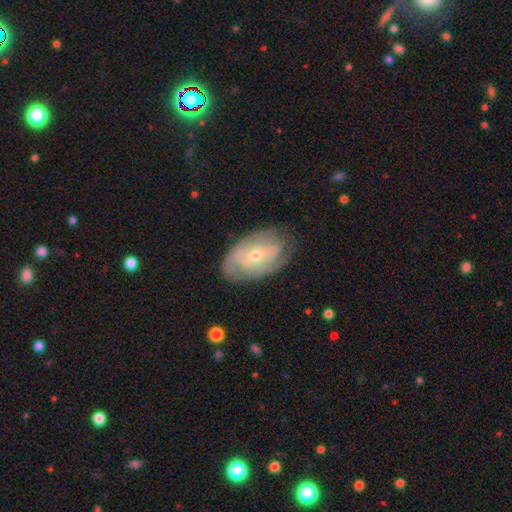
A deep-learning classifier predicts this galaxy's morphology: Smooth or featured?
  - featured or disk: 79% *
  - smooth: 15%
  - star or artifact: 6%
Edge-on disk?
  - no: 95% *
  - yes: 5%
Bar?
  - no: 67% *
  - weak: 26%
  - strong: 7%
Spiral arms?
  - yes: 92% *
  - no: 8%
Spiral winding?
  - tight: 61% *
  - medium: 30%
  - loose: 9%
Spiral arm count?
  - 2: 35% *
  - can't tell: 31%
  - 3: 19%
  - 4: 5%
  - 1: 5%
  - more than 4: 4%
Bulge size?
  - small: 58% *
  - moderate: 39%
  - large: 1%
  - none: 1%
  - dominant: 1%
Merging?
  - none: 74% *
  - minor disturbance: 18%
  - major disturbance: 6%
  - merger: 1%